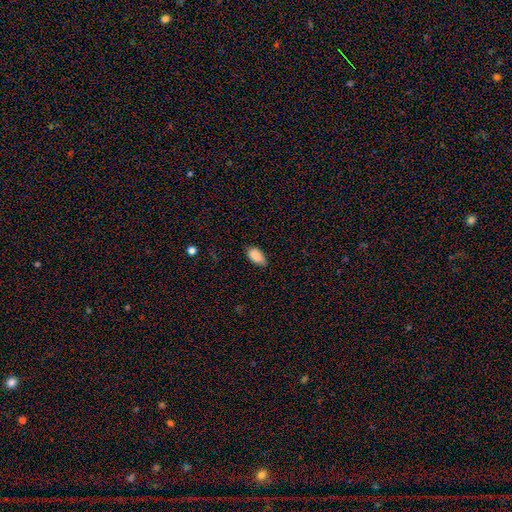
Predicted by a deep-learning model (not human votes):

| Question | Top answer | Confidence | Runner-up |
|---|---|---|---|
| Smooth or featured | smooth | 89% | star or artifact (7%) |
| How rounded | in between | 94% | round (4%) |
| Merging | none | 65% | minor disturbance (29%) |